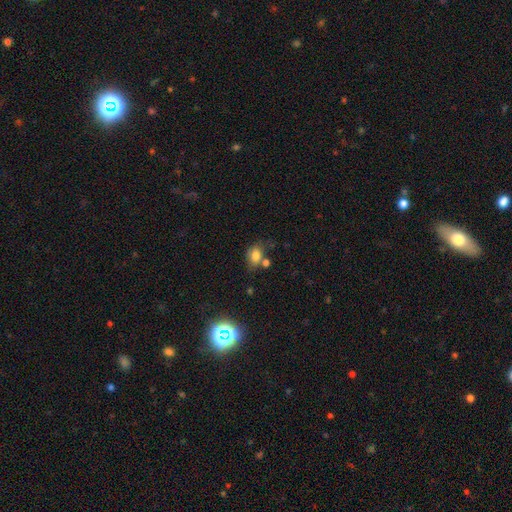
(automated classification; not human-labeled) smooth-or-featured: smooth: 75% | star or artifact: 13% | featured or disk: 12%
  how-rounded: in between: 68% | round: 30% | cigar-shaped: 2%
  merging: none: 49% | minor disturbance: 22% | merger: 20% | major disturbance: 9%